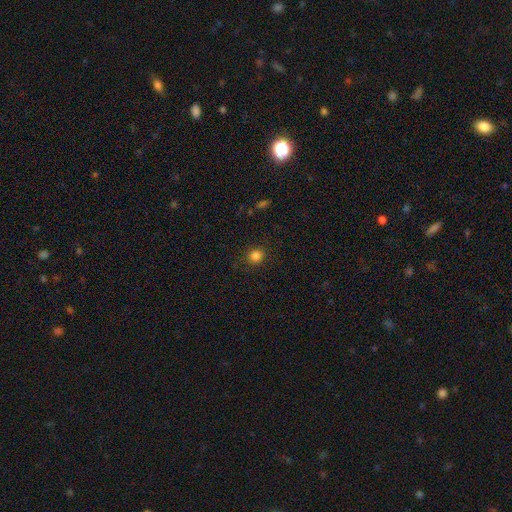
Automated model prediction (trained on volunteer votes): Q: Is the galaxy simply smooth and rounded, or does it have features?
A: smooth — 82%.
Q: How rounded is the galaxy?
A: round — 85%.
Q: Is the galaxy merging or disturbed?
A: none — 87%.